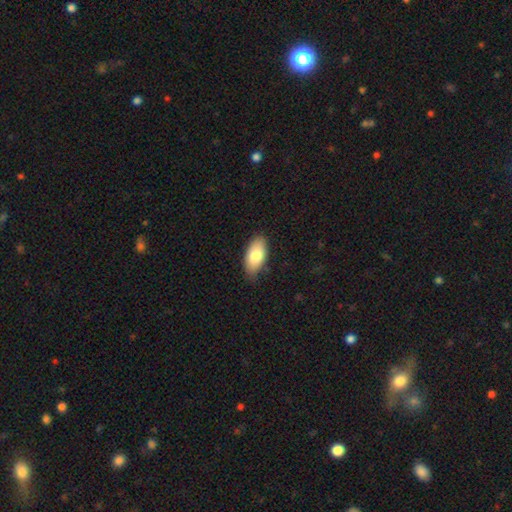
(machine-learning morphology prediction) smooth-or-featured: smooth: 80% | featured or disk: 14% | star or artifact: 6%
  how-rounded: in between: 93% | cigar-shaped: 4% | round: 3%
  merging: none: 80% | minor disturbance: 16% | major disturbance: 3% | merger: 1%